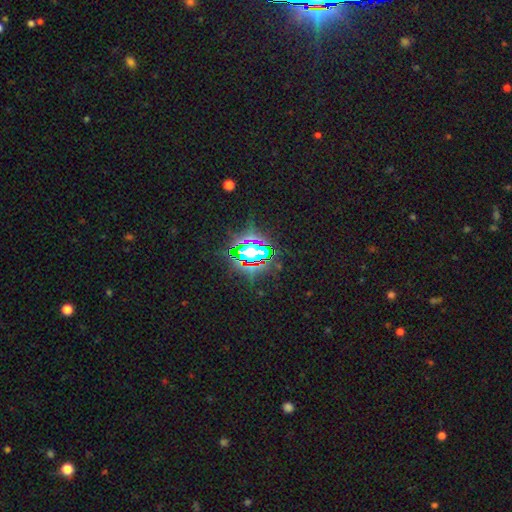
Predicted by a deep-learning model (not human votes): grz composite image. It shows a star or artifact, not a galaxy (74%).